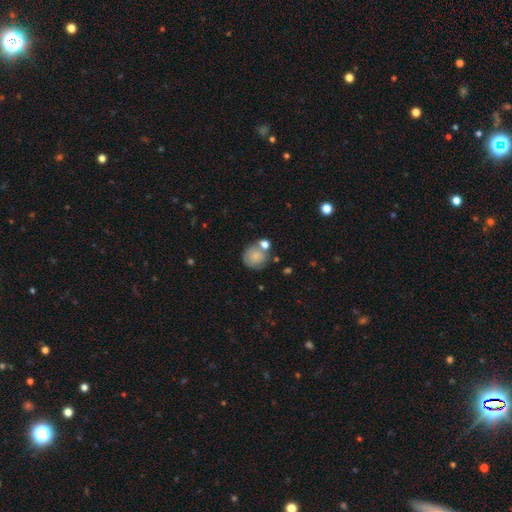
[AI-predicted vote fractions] Smooth or featured?
  - smooth: 77% *
  - featured or disk: 14%
  - star or artifact: 8%
How rounded?
  - round: 88% *
  - in between: 11%
  - cigar-shaped: 1%
Merging?
  - none: 58% *
  - merger: 21%
  - minor disturbance: 15%
  - major disturbance: 6%